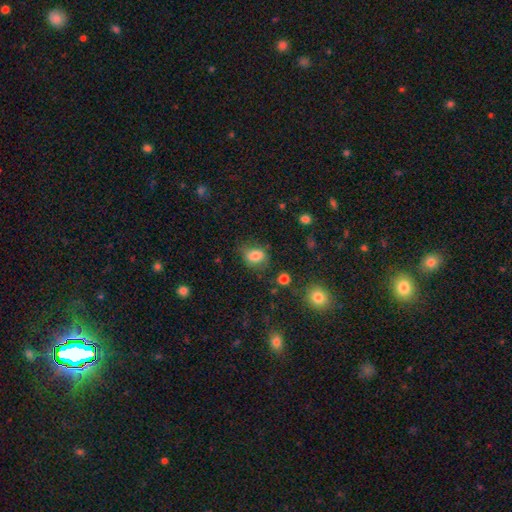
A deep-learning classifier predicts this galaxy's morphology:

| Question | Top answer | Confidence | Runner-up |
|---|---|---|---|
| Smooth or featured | smooth | 79% | star or artifact (11%) |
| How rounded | in between | 63% | round (36%) |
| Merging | none | 60% | minor disturbance (27%) |